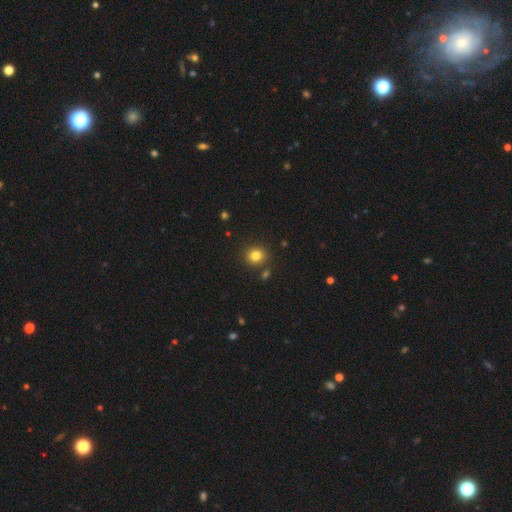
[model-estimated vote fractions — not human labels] Overall: smooth (81%). How rounded: round (85%). Merging: none (86%).